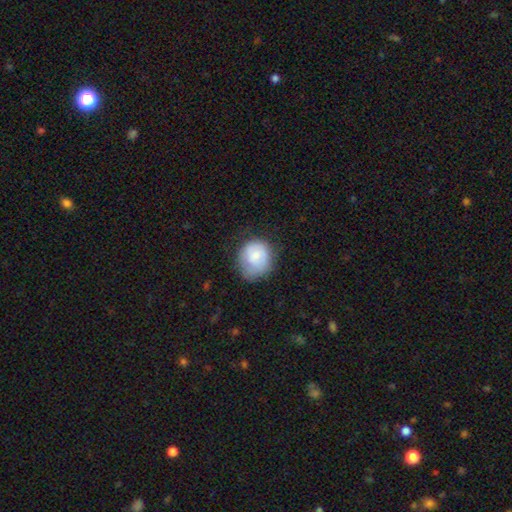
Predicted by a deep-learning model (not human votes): smooth-or-featured: smooth: 69% | featured or disk: 23% | star or artifact: 7%
  how-rounded: round: 76% | in between: 23% | cigar-shaped: 1%
  merging: none: 56% | minor disturbance: 30% | major disturbance: 12% | merger: 2%